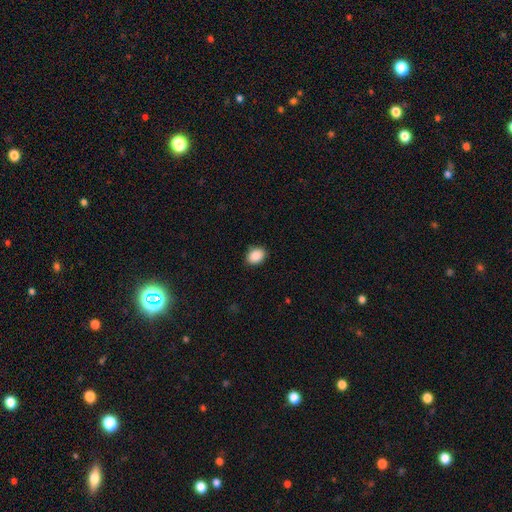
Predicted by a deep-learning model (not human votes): A smooth galaxy with no disk features (89%) that is in between round and cigar-shaped (68%). Merging: none (86%).